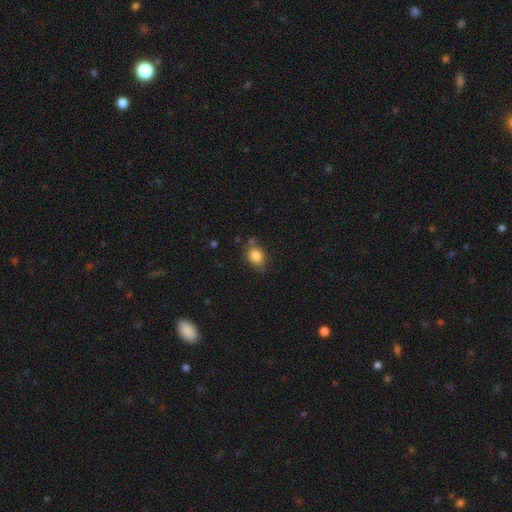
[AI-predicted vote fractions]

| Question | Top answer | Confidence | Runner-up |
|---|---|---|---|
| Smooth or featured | smooth | 84% | star or artifact (9%) |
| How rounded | in between | 66% | round (33%) |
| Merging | none | 69% | minor disturbance (21%) |